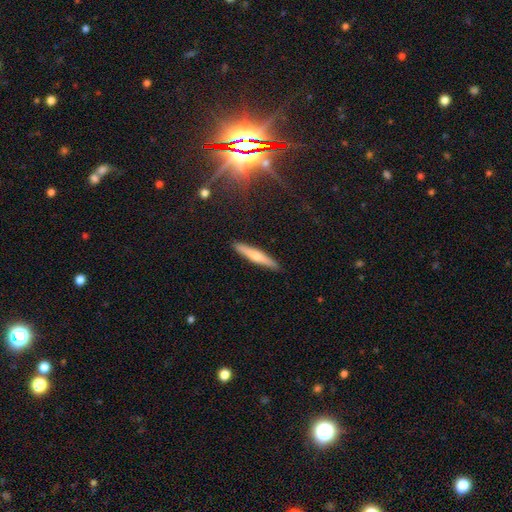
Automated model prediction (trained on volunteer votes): smooth_or_featured: smooth (p=0.59) [alt: featured or disk p=0.35]
how_rounded: cigar-shaped (p=0.92) [alt: in between p=0.06]
merging: none (p=0.91) [alt: minor disturbance p=0.07]